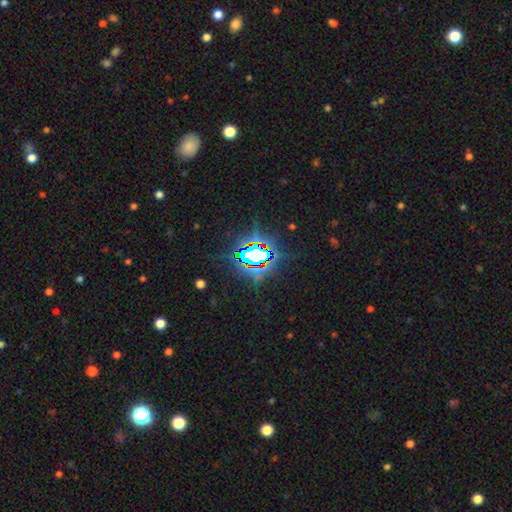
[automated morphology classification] Smooth or featured: star or artifact — 78% (featured or disk — 11%)